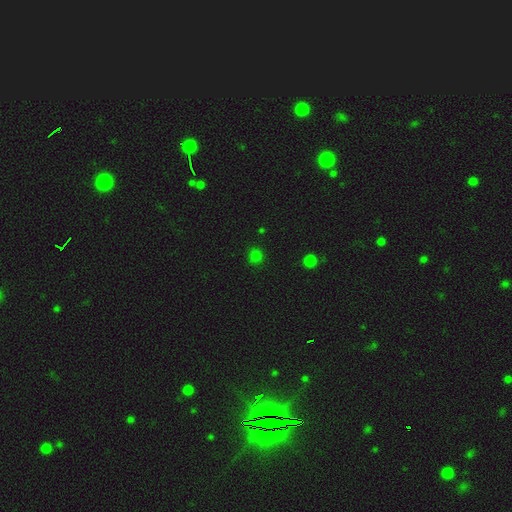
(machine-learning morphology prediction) smooth-or-featured: smooth: 75% | star or artifact: 21% | featured or disk: 4%
  how-rounded: round: 87% | in between: 12% | cigar-shaped: 1%
  merging: none: 87% | minor disturbance: 8% | major disturbance: 2% | merger: 2%